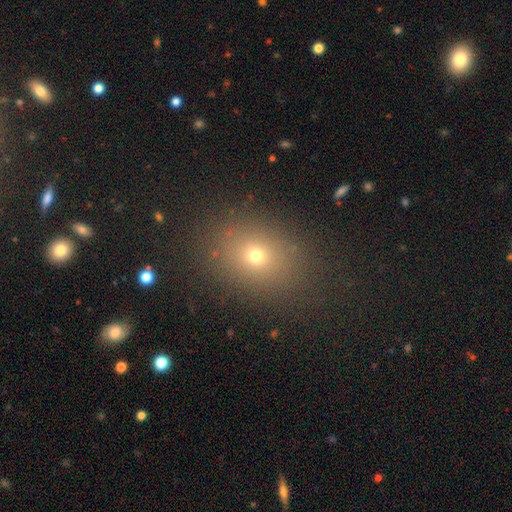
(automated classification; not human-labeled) Smooth or featured?
  - smooth: 67% *
  - star or artifact: 21%
  - featured or disk: 12%
How rounded?
  - in between: 52% *
  - round: 46%
  - cigar-shaped: 1%
Merging?
  - none: 85% *
  - minor disturbance: 9%
  - major disturbance: 4%
  - merger: 1%